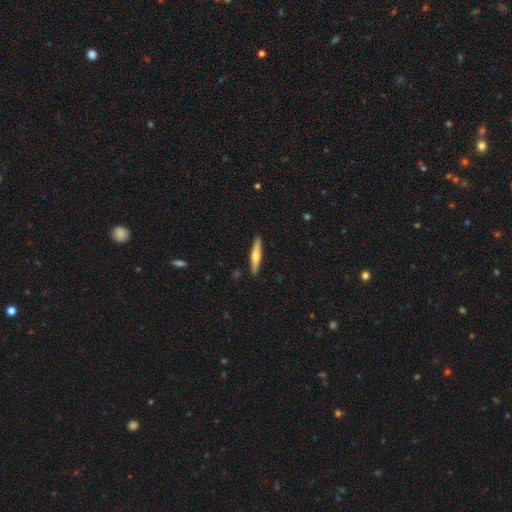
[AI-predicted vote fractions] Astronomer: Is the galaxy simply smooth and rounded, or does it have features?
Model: smooth — 56% (runner-up: featured or disk, 39%).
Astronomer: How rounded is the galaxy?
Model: cigar-shaped — 89%.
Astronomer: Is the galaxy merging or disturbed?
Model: none — 90%.